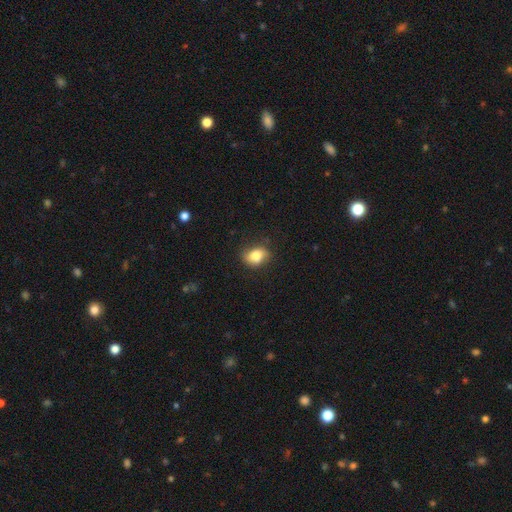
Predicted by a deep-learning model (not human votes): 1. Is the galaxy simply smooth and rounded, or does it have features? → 80% smooth, 11% featured or disk, 9% star or artifact.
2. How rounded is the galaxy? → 63% in between, 36% round, 1% cigar-shaped.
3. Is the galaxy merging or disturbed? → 71% none, 21% minor disturbance, 6% major disturbance, 1% merger.